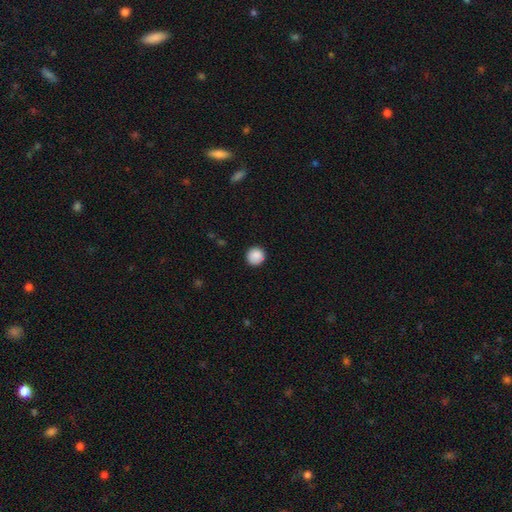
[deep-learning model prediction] Smooth or featured?
  - smooth: 87% *
  - star or artifact: 8%
  - featured or disk: 4%
How rounded?
  - round: 94% *
  - in between: 5%
  - cigar-shaped: 1%
Merging?
  - none: 87% *
  - minor disturbance: 9%
  - major disturbance: 2%
  - merger: 1%